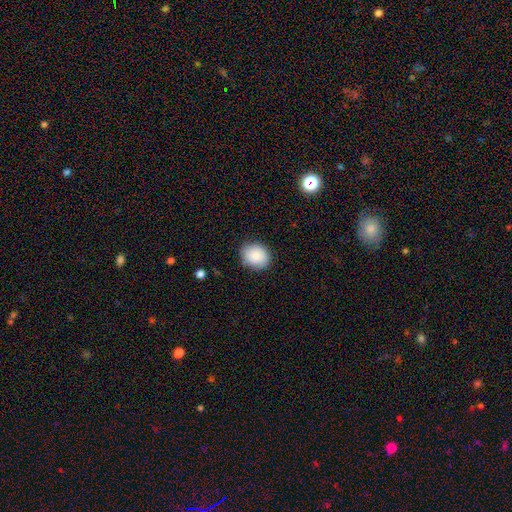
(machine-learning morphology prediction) This appears to be a smooth galaxy with no disk features (88%) that is round (55%). Merging: none (85%).